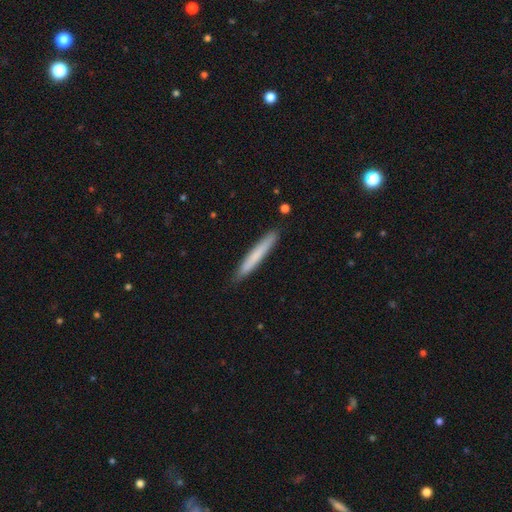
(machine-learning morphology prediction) type=smooth (72%); roundness=cigar-shaped (96%); merging=none (88%).